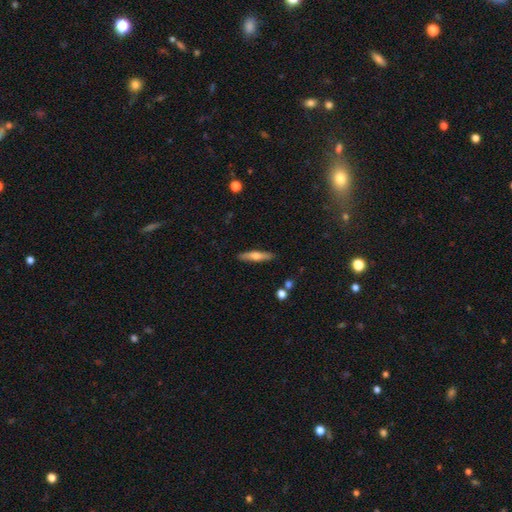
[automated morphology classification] A smooth galaxy with no disk features (53%) that is cigar-shaped (84%). Merging: none (89%).